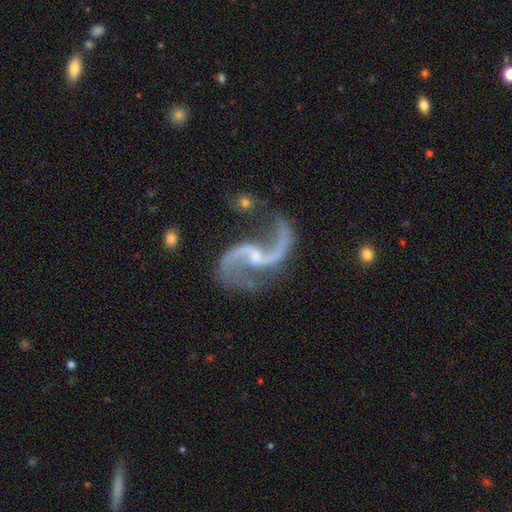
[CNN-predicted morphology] smooth-or-featured: featured or disk: 93% | star or artifact: 5% | smooth: 2%
  disk-edge-on: no: 98% | yes: 2%
    bar: no: 44% | weak: 40% | strong: 16%
    has-spiral-arms: yes: 98% | no: 2%
      spiral-winding: loose: 78% | medium: 18% | tight: 4%
      spiral-arm-count: 2: 94% | 1: 2% | can't tell: 1% | 3: 1% | 4: 1% | more than 4: 1%
    bulge-size: small: 68% | moderate: 18% | none: 11% | large: 1% | dominant: 1%
  merging: none: 69% | minor disturbance: 16% | major disturbance: 10% | merger: 6%